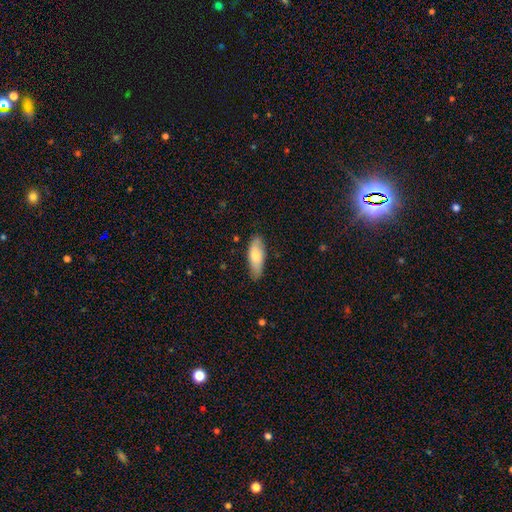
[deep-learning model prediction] Overall: smooth (72%). How rounded: in between (68%; cigar-shaped 30%). Merging: none (82%).